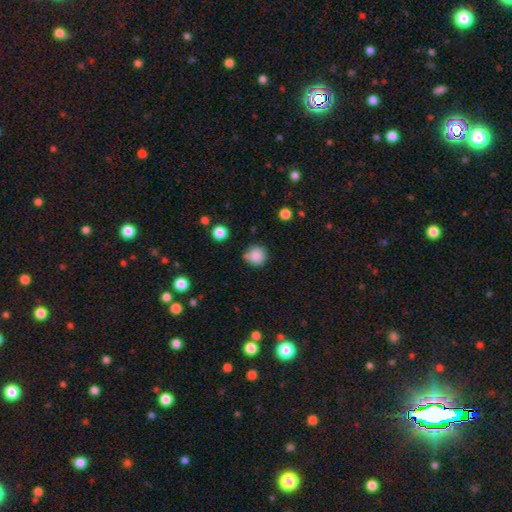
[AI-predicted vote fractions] A smooth galaxy with no disk features (85%) that is round (91%). Merging: none (69%).